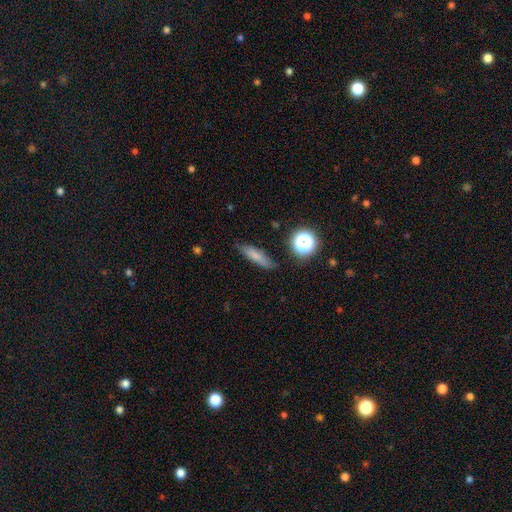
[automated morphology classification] Q: Smooth or featured?
A: smooth (73%); runner-up: featured or disk (17%)
Q: How rounded?
A: cigar-shaped (67%); runner-up: in between (27%)
Q: Merging?
A: none (78%); runner-up: minor disturbance (16%)